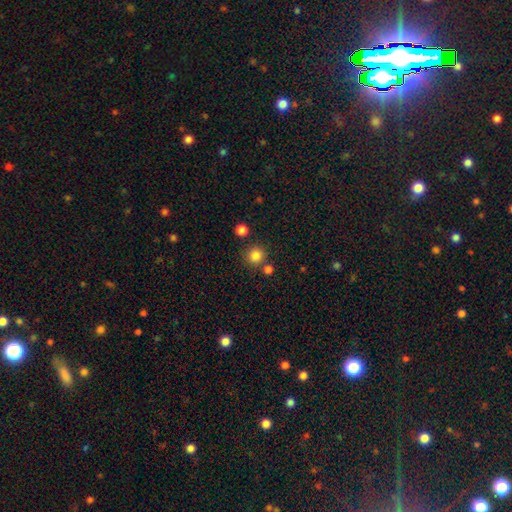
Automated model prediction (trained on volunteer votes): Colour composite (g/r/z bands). It shows a smooth galaxy with no disk features (84%) that is round (93%). Merging: none (80%).